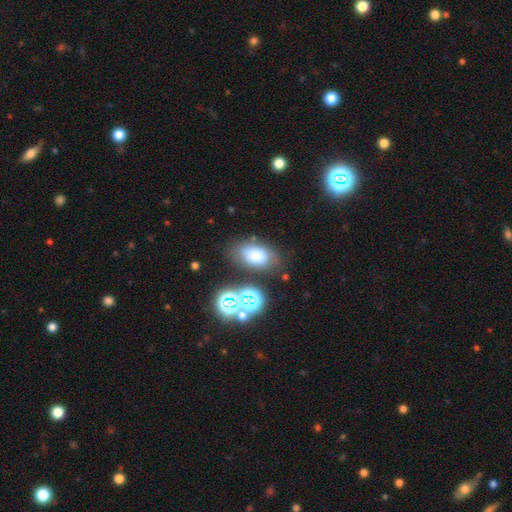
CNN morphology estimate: smooth_or_featured: smooth (p=0.73) [alt: star or artifact p=0.15]
how_rounded: in between (p=0.88) [alt: round p=0.10]
merging: none (p=0.71) [alt: minor disturbance p=0.16]